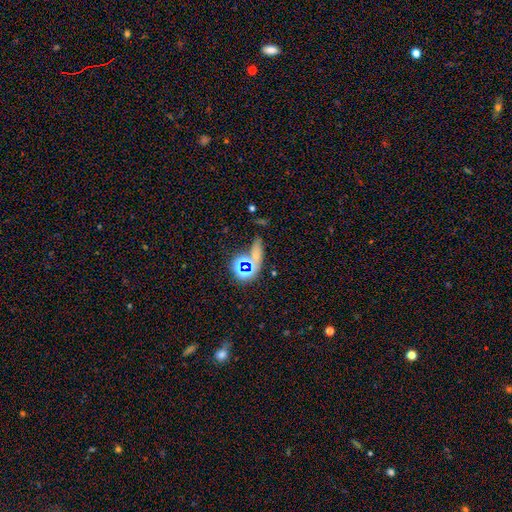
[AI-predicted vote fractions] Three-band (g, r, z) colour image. It shows a star or artifact, not a galaxy (46%).